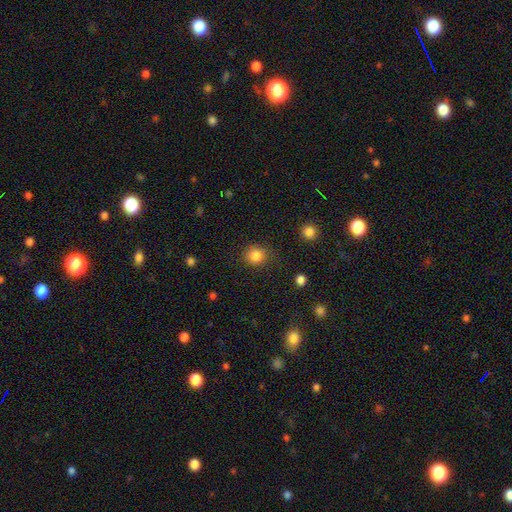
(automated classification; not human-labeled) Smooth or featured: smooth — 84% (star or artifact — 11%)
How rounded: round — 86% (in between — 13%)
Merging: none — 85% (minor disturbance — 10%)